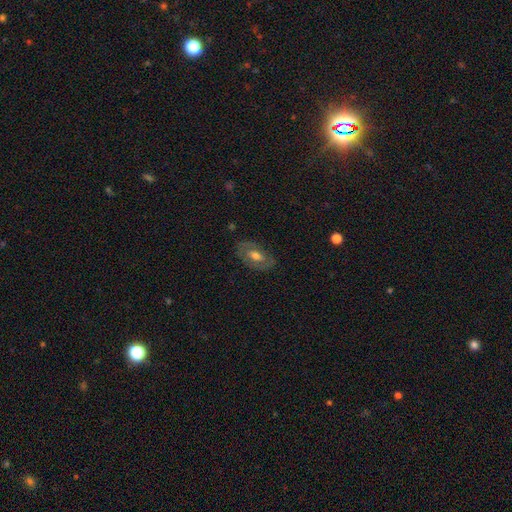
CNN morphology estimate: smooth-or-featured: featured or disk: 52% | smooth: 40% | star or artifact: 8%
  disk-edge-on: no: 90% | yes: 10%
  merging: none: 77% | minor disturbance: 16% | major disturbance: 6% | merger: 1%